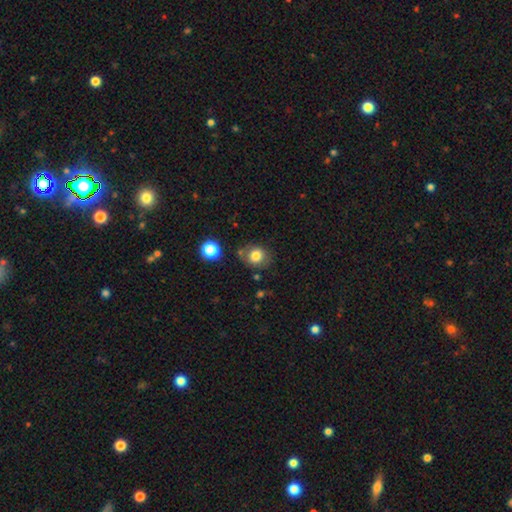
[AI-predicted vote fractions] Smooth or featured? Predicted: smooth (p=0.79). How rounded? Predicted: round (p=0.70). Merging? Predicted: none (p=0.70).